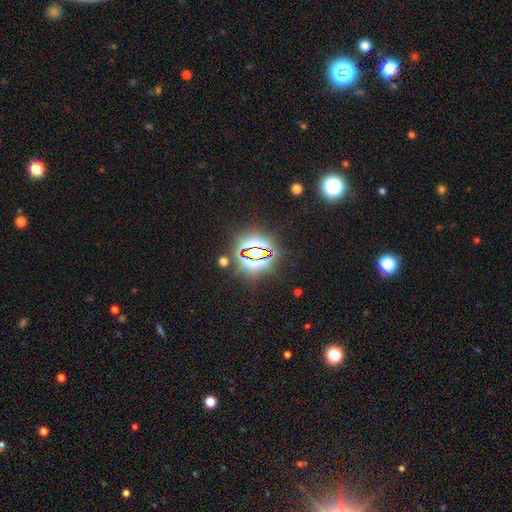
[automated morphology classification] Smooth or featured? star or artifact (80%)